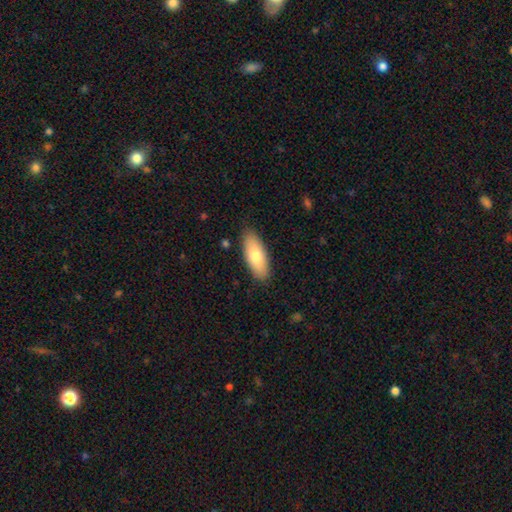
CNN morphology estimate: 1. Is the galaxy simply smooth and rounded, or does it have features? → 76% smooth, 18% featured or disk, 6% star or artifact.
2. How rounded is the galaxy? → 77% in between, 21% cigar-shaped, 2% round.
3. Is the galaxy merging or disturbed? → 87% none, 10% minor disturbance, 2% major disturbance, 1% merger.